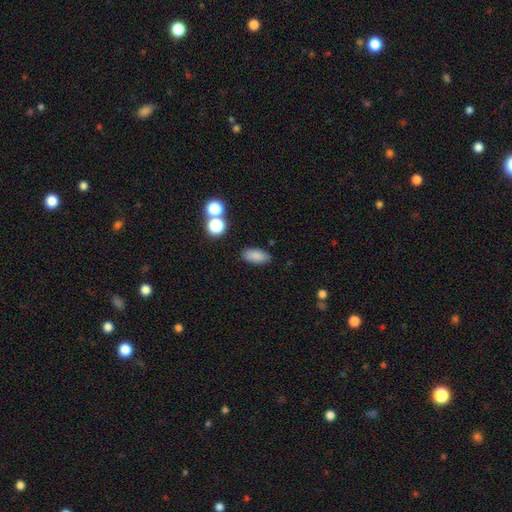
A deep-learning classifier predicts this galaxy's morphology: smooth_or_featured: smooth (p=0.84) [alt: star or artifact p=0.10]
how_rounded: in between (p=0.88) [alt: cigar-shaped p=0.08]
merging: none (p=0.84) [alt: minor disturbance p=0.09]